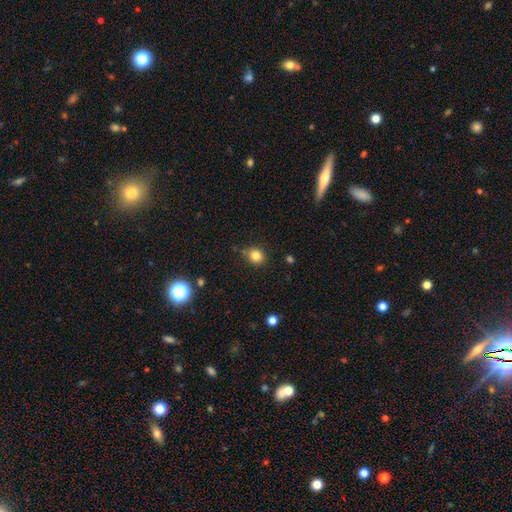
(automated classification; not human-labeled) smooth_or_featured: smooth (p=0.82) [alt: star or artifact p=0.12]
how_rounded: round (p=0.75) [alt: in between p=0.25]
merging: none (p=0.80) [alt: minor disturbance p=0.13]